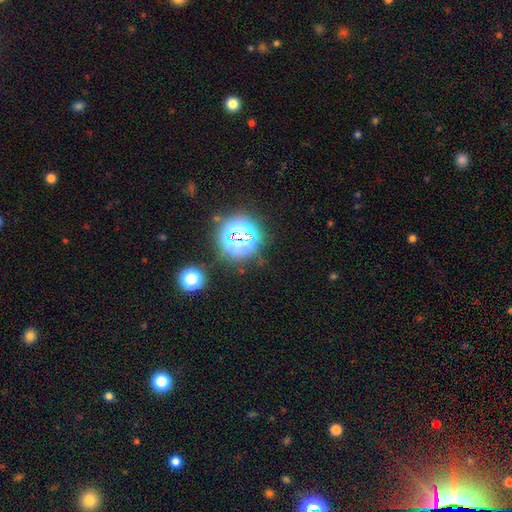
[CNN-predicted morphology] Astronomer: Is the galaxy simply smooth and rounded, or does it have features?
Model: star or artifact — 78%.